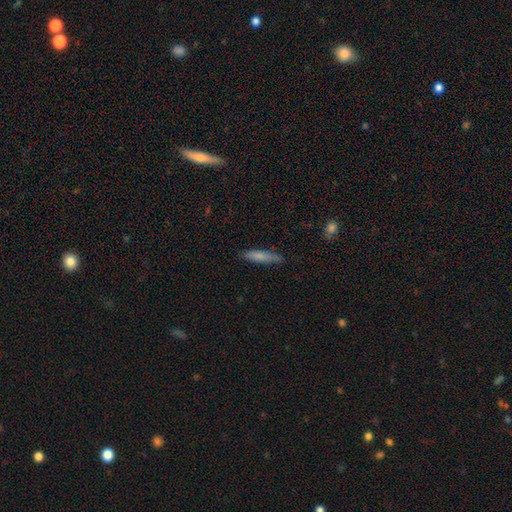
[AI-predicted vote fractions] smooth-or-featured: smooth: 70% | featured or disk: 22% | star or artifact: 8%
  how-rounded: cigar-shaped: 87% | in between: 11% | round: 2%
  merging: none: 85% | minor disturbance: 12% | major disturbance: 2% | merger: 1%